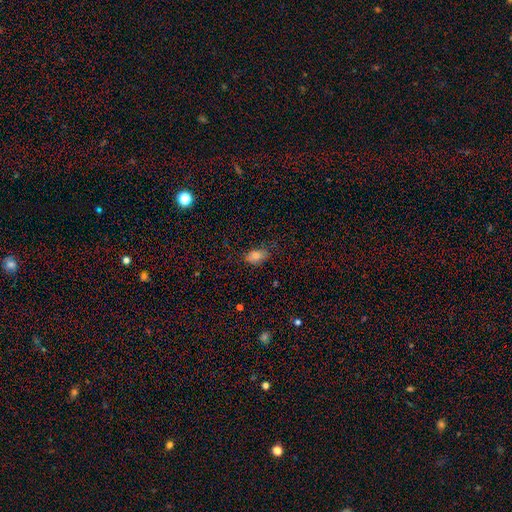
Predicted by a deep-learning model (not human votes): A smooth galaxy with no disk features (79%) that is in between round and cigar-shaped (80%). Merging: none (74%).